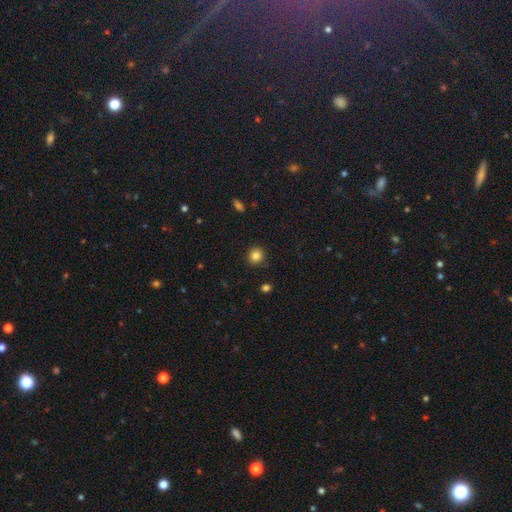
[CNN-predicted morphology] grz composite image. It shows a smooth galaxy with no disk features (85%) that is round (92%). Merging: none (91%).